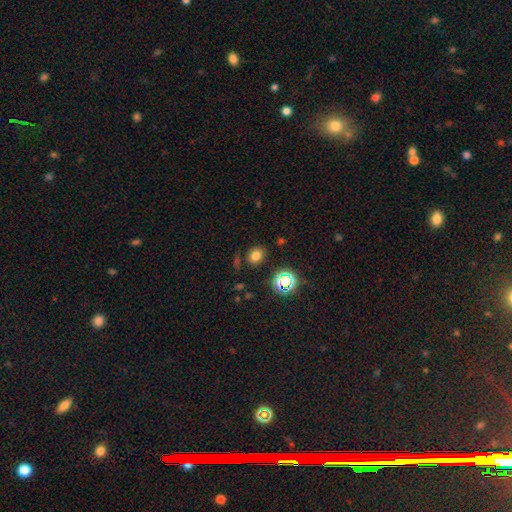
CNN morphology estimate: This is likely a smooth galaxy (73%). How rounded: possibly round (55%). Merging: clearly none (80%).